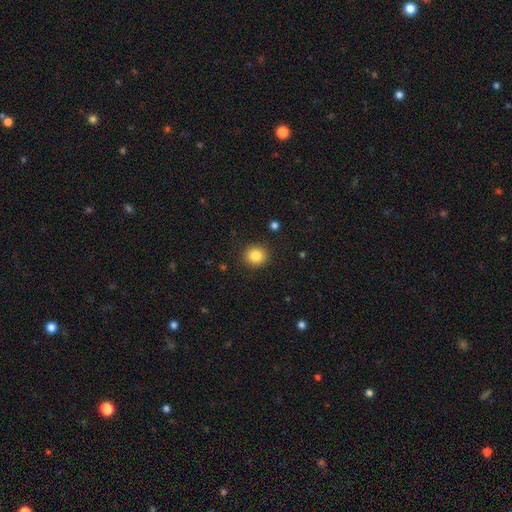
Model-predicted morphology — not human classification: This is clearly a smooth galaxy (84%). How rounded: clearly round (87%). Merging: clearly none (90%).